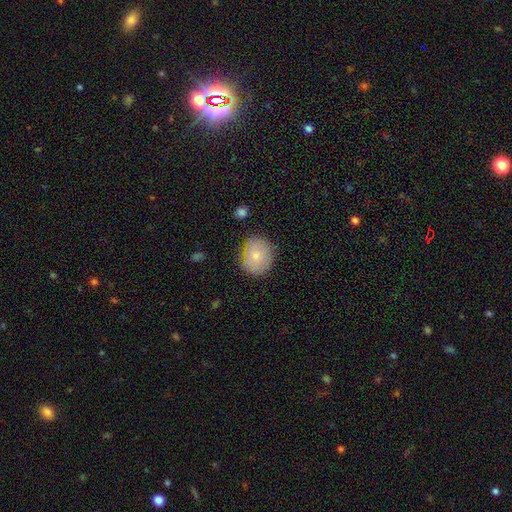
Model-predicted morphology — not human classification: Smooth or featured?
  - smooth: 77% *
  - featured or disk: 16%
  - star or artifact: 7%
How rounded?
  - round: 69% *
  - in between: 30%
  - cigar-shaped: 1%
Merging?
  - none: 74% *
  - minor disturbance: 19%
  - major disturbance: 4%
  - merger: 2%